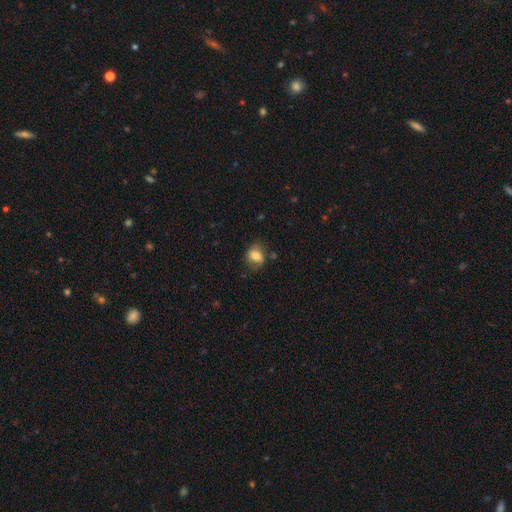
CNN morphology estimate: Smooth or featured: smooth — 72% (featured or disk — 20%)
How rounded: in between — 52% (round — 47%)
Merging: none — 63% (minor disturbance — 25%)